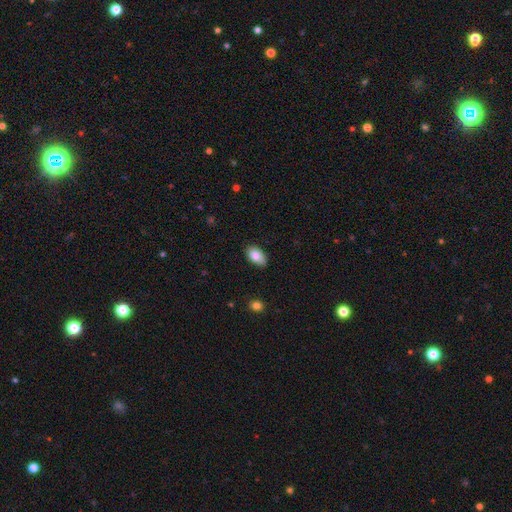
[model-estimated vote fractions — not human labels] Smooth or featured? smooth (85%)
How rounded? in between (93%)
Merging? none (82%)